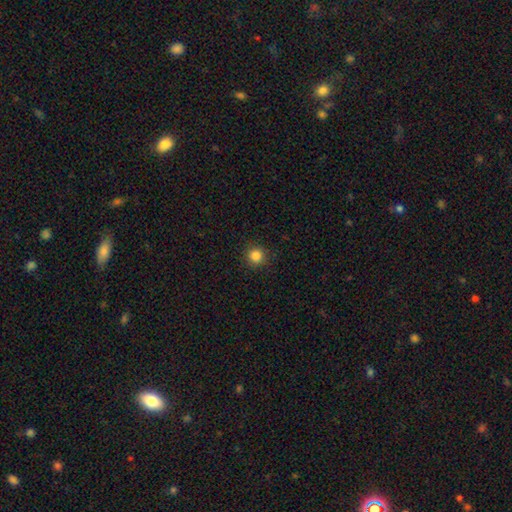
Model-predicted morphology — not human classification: Smooth or featured?
  - smooth: 85% *
  - star or artifact: 11%
  - featured or disk: 4%
How rounded?
  - round: 94% *
  - in between: 5%
  - cigar-shaped: 1%
Merging?
  - none: 91% *
  - minor disturbance: 6%
  - major disturbance: 2%
  - merger: 1%